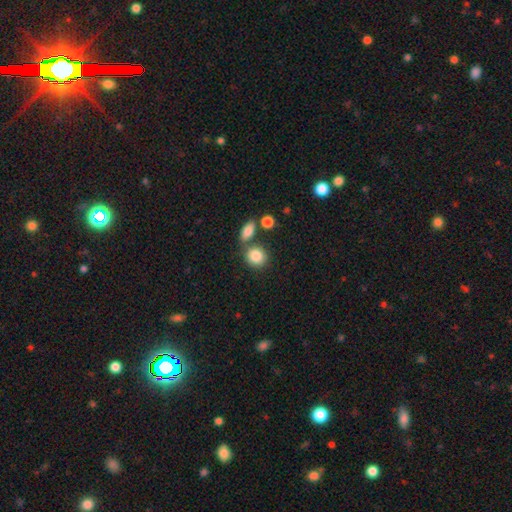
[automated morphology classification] Q: Smooth or featured?
A: smooth (85%); runner-up: star or artifact (8%)
Q: How rounded?
A: round (68%); runner-up: in between (31%)
Q: Merging?
A: none (63%); runner-up: merger (22%)